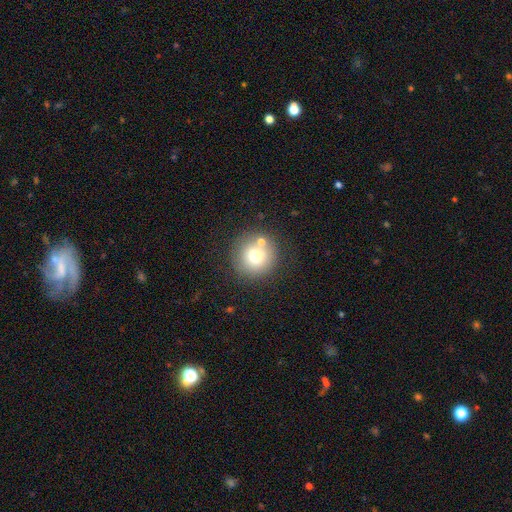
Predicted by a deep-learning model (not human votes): smooth-or-featured: smooth: 72% | featured or disk: 16% | star or artifact: 12%
  how-rounded: round: 95% | in between: 4% | cigar-shaped: 1%
  merging: none: 75% | merger: 12% | minor disturbance: 10% | major disturbance: 4%